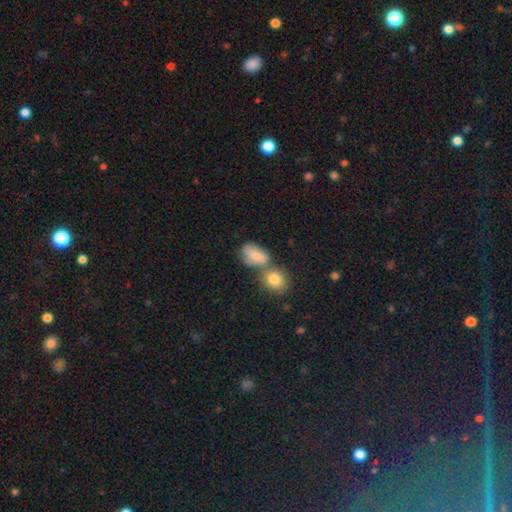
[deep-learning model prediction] Morphology: type=smooth (78%); roundness=in between (81%); merging=merger (44%).